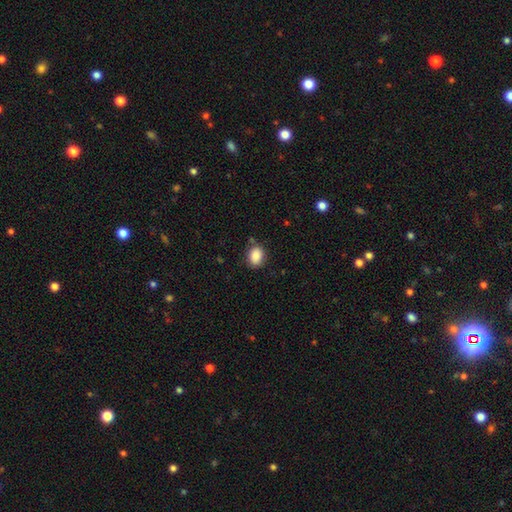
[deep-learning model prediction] This appears to be a smooth galaxy with no disk features (87%) that is in between round and cigar-shaped (65%). Merging: none (79%).